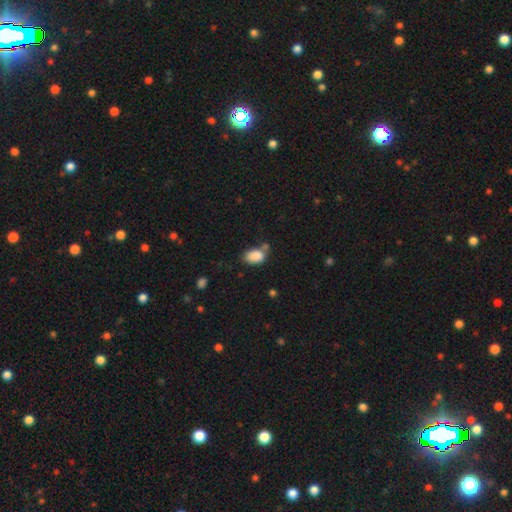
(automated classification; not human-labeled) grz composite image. It shows a smooth galaxy with no disk features (86%) that is in between round and cigar-shaped (87%). Merging: none (50%).